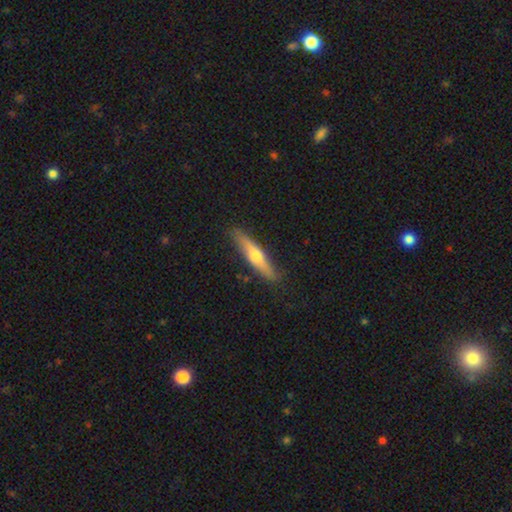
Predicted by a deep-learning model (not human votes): Smooth or featured? Predicted: featured or disk (p=0.48). Merging? Predicted: none (p=0.85).